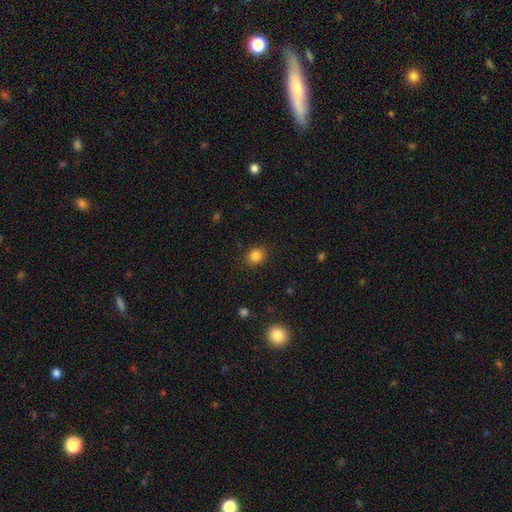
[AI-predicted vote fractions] A smooth galaxy with no disk features (84%) that is round (63%). Merging: none (88%).